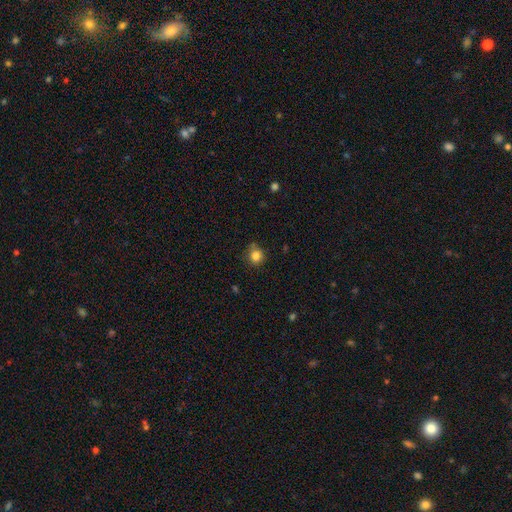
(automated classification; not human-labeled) Smooth or featured? Predicted: smooth (p=0.84). How rounded? Predicted: round (p=0.88). Merging? Predicted: none (p=0.76).